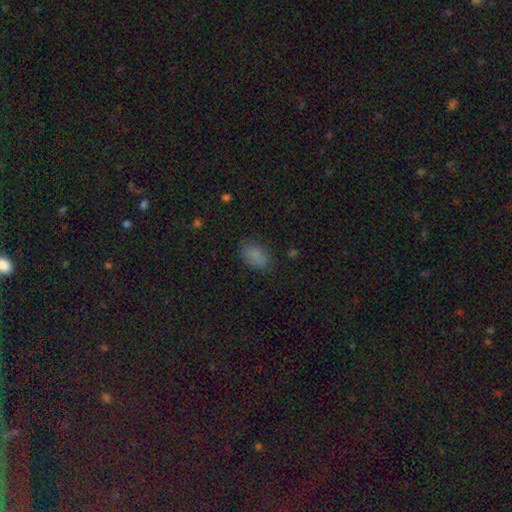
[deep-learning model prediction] Morphology: type=smooth (83%); roundness=in between (90%); merging=none (80%).